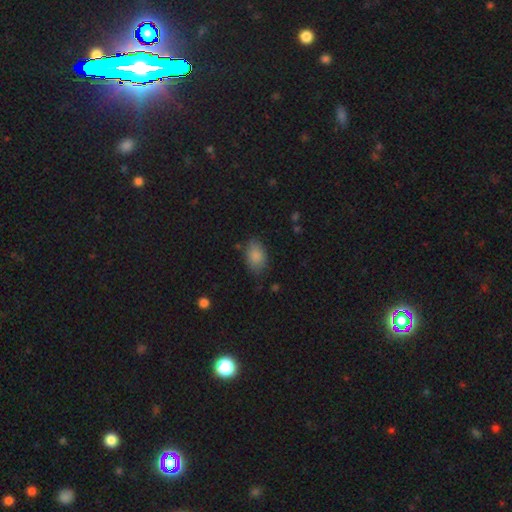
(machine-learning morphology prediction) type=smooth (86%); roundness=in between (87%); merging=none (77%).